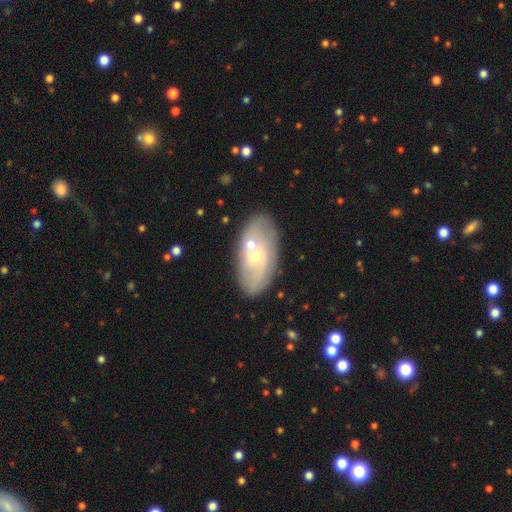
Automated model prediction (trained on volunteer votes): This appears to be a featured or disk galaxy (50%). Merging: none (67%).